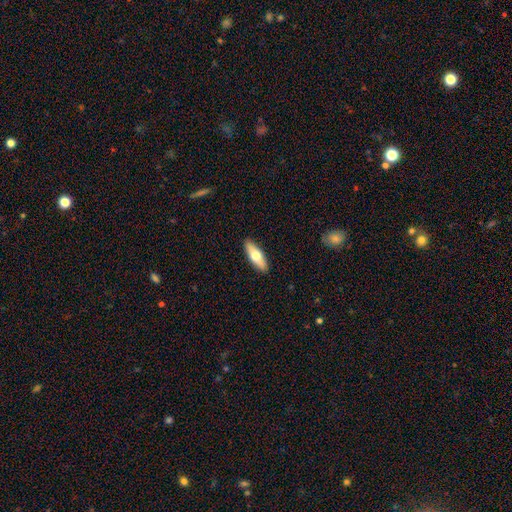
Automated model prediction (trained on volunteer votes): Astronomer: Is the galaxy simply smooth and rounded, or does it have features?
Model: smooth — 63%.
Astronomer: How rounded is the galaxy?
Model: in between — 60% (runner-up: cigar-shaped, 38%).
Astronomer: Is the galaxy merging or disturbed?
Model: none — 90%.